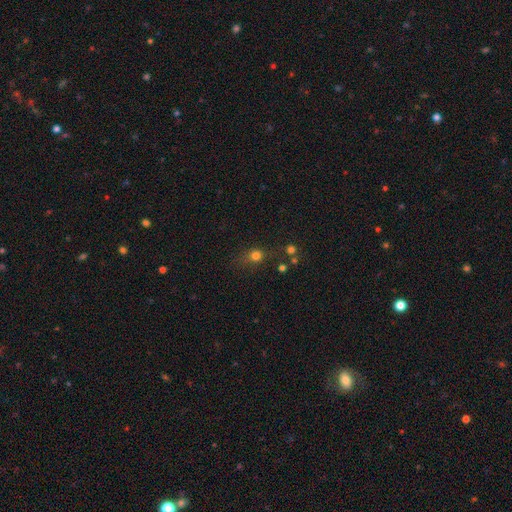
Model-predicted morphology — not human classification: Q: Smooth or featured?
A: smooth (72%); runner-up: star or artifact (19%)
Q: How rounded?
A: round (77%); runner-up: in between (20%)
Q: Merging?
A: none (64%); runner-up: minor disturbance (17%)